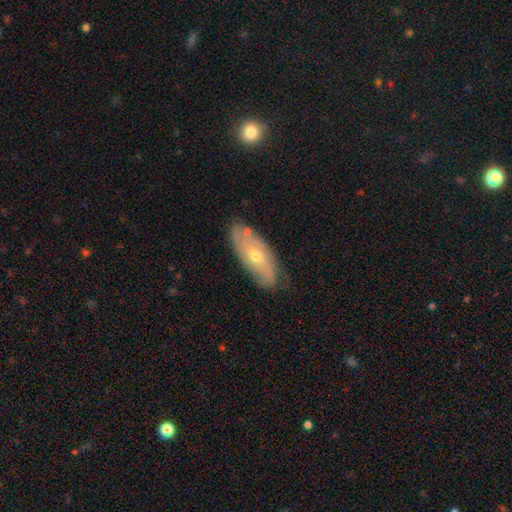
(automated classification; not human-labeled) Smooth or featured? featured or disk (57%)
Edge-on disk? no (78%)
Merging? none (73%)